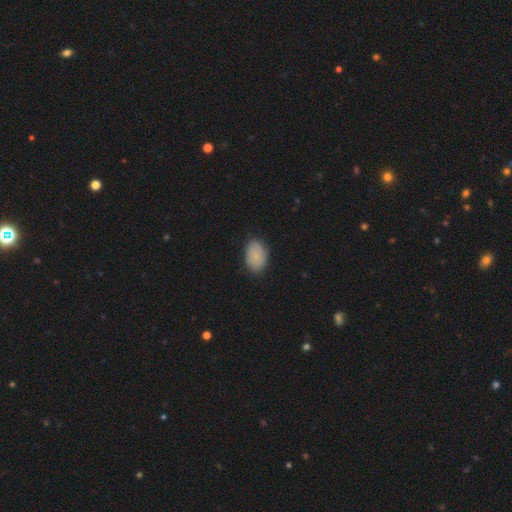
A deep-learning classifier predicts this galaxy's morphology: Smooth or featured: smooth — 84% (featured or disk — 9%)
How rounded: in between — 86% (round — 12%)
Merging: none — 81% (minor disturbance — 15%)